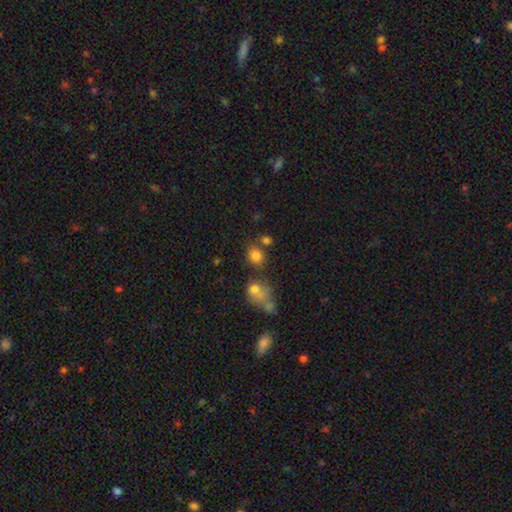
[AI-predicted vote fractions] A smooth galaxy with no disk features (79%) that is round (69%).

Vote fractions:
- Smooth or featured? smooth: 79% / star or artifact: 13% / featured or disk: 7%
- How rounded? round: 69% / in between: 30% / cigar-shaped: 1%
- Merging? none: 65% / merger: 19% / minor disturbance: 11% / major disturbance: 5%